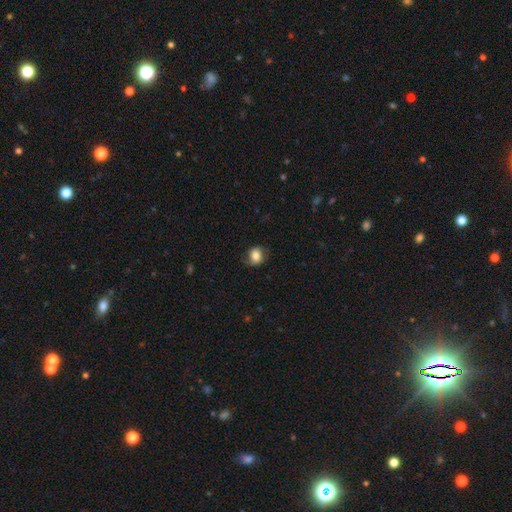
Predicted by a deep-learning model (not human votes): A smooth galaxy with no disk features (72%) that is round (59%).

Vote fractions:
- Smooth or featured? smooth: 72% / featured or disk: 19% / star or artifact: 9%
- How rounded? round: 59% / in between: 40% / cigar-shaped: 1%
- Merging? none: 68% / minor disturbance: 22% / major disturbance: 9% / merger: 1%